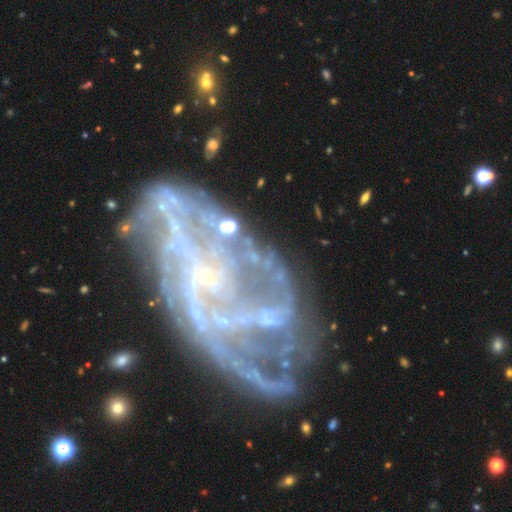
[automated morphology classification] smooth_or_featured: featured or disk (p=0.86) [alt: star or artifact p=0.09]
disk_edge_on: no (p=0.97) [alt: yes p=0.03]
bar: no (p=0.57) [alt: weak p=0.30]
has_spiral_arms: yes (p=0.90) [alt: no p=0.10]
spiral_winding: medium (p=0.39) [alt: loose p=0.32]
spiral_arm_count: can't tell (p=0.25) [alt: 3 p=0.20]
bulge_size: small (p=0.61) [alt: none p=0.32]
merging: none (p=0.47) [alt: major disturbance p=0.27]